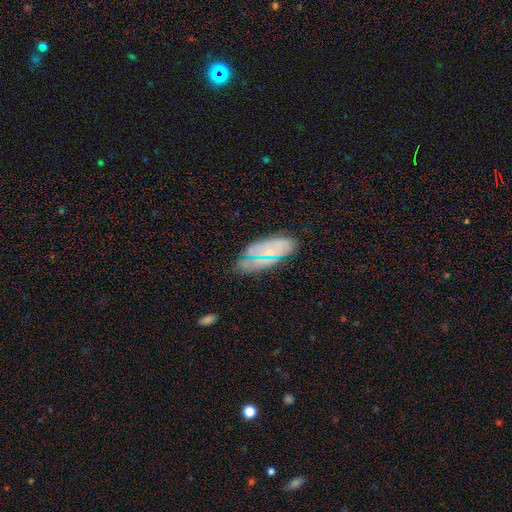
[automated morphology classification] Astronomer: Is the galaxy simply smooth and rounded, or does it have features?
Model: smooth — 49% (runner-up: featured or disk, 36%).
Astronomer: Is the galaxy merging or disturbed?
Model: none — 82%.